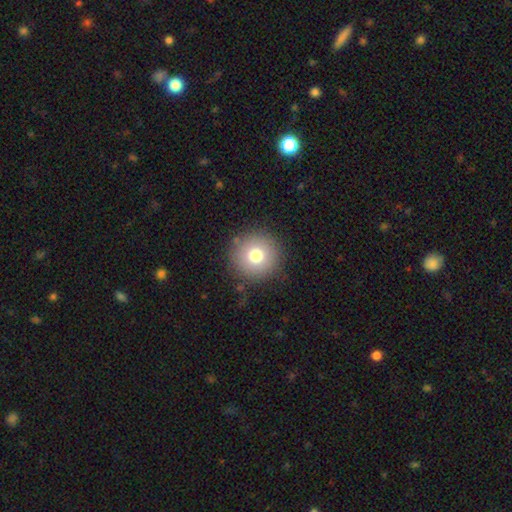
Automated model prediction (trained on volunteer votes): smooth_or_featured: smooth (p=0.77) [alt: featured or disk p=0.12]
how_rounded: round (p=0.96) [alt: in between p=0.03]
merging: none (p=0.88) [alt: minor disturbance p=0.07]